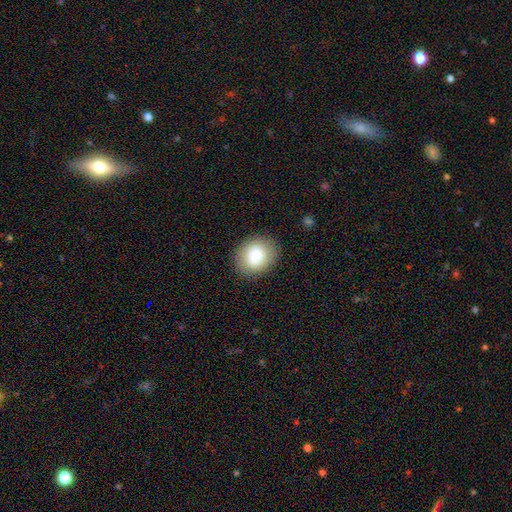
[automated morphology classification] Smooth or featured? smooth (79%)
How rounded? round (53%)
Merging? none (85%)